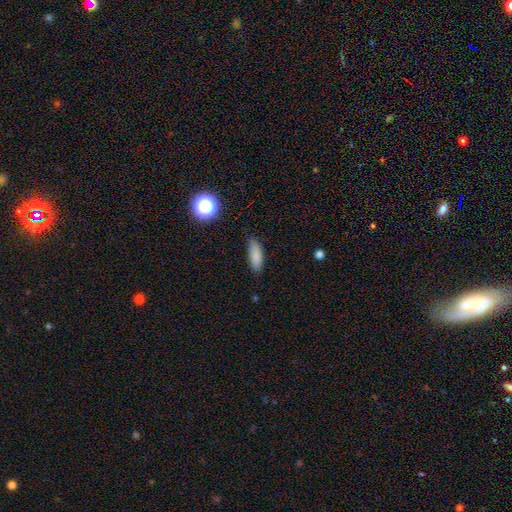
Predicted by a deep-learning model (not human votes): This appears to be a smooth galaxy with no disk features (85%) that is in between round and cigar-shaped (60%). Merging: none (82%).